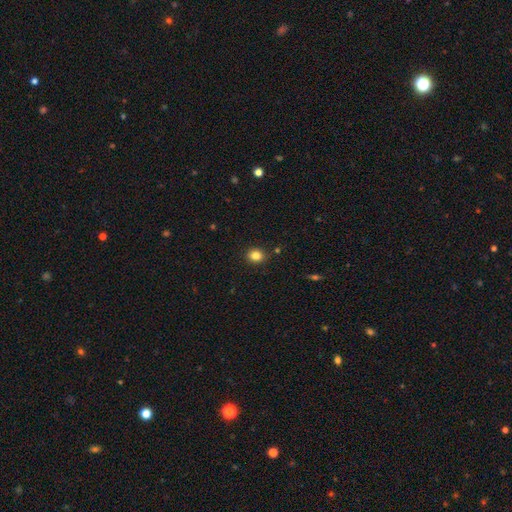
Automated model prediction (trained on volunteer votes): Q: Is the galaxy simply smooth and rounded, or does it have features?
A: smooth — 83%.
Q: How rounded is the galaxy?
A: round — 68%.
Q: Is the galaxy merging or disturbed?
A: none — 88%.